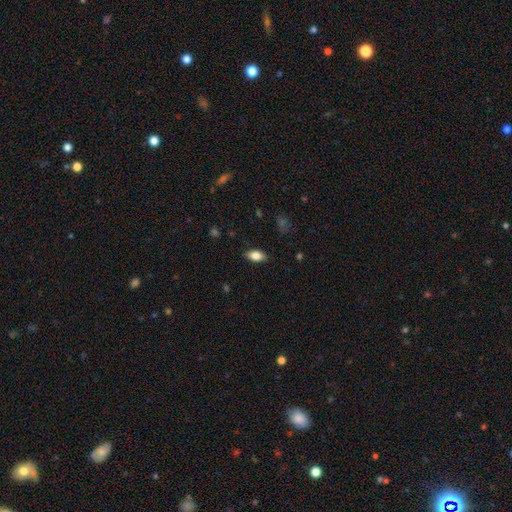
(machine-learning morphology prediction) Smooth or featured: smooth — 80% (featured or disk — 13%)
How rounded: in between — 88% (cigar-shaped — 8%)
Merging: none — 86% (minor disturbance — 11%)